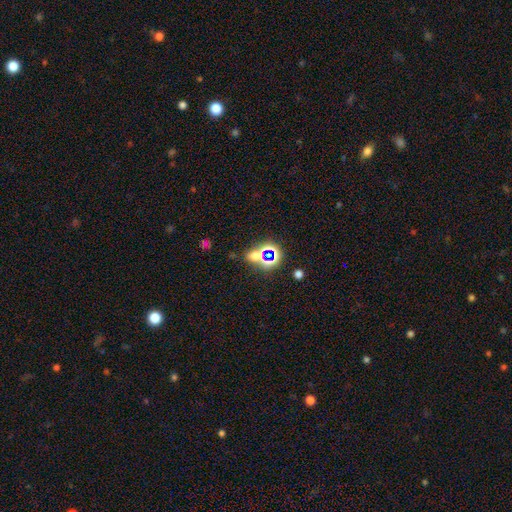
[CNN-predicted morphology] A star or artifact, not a galaxy (50%).

Vote fractions:
- Smooth or featured? star or artifact: 50% / smooth: 39% / featured or disk: 11%